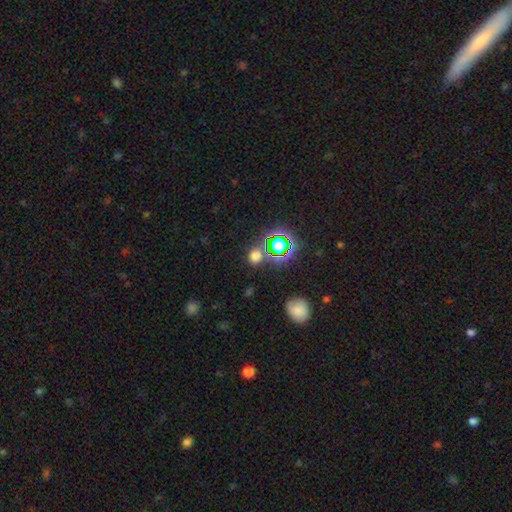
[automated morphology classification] smooth 59%, star or artifact 35%, featured or disk 6%. Down the decision tree: how rounded — round (76%); merging — none (79%).